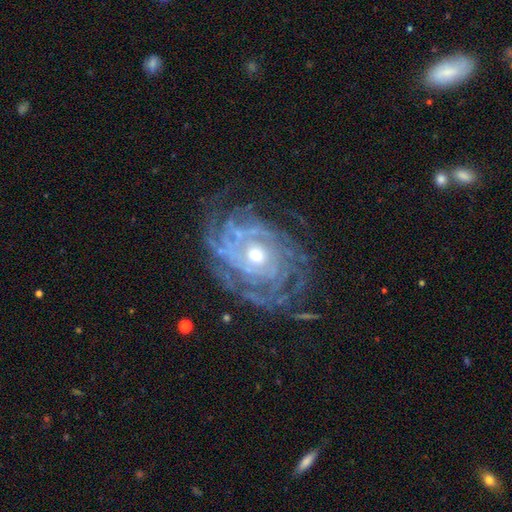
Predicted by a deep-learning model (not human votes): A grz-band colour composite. It shows a featured or disk galaxy (89%) with no bar (80%), tight (77%) spiral arms (95%) and a moderate central bulge (56%). Merging: none (70%).